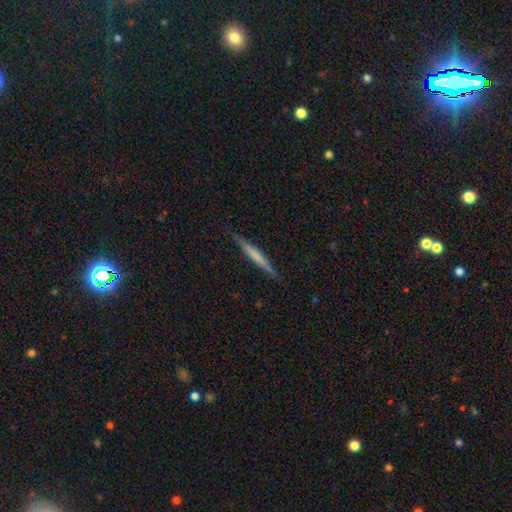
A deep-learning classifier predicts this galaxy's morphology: This appears to be a smooth galaxy with no disk features (48%). Merging: none (88%).